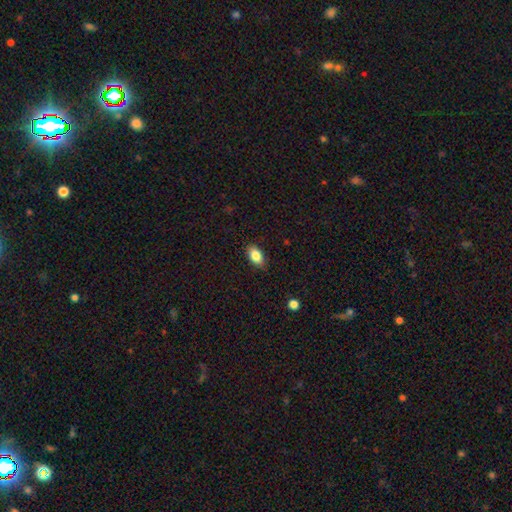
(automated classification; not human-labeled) Morphology: type=smooth (84%); roundness=in between (90%); merging=none (85%).